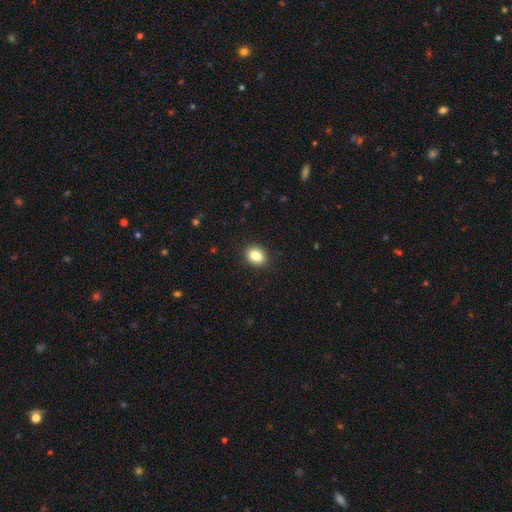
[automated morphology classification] Smooth or featured: smooth — 84% (star or artifact — 10%)
How rounded: in between — 51% (round — 48%)
Merging: none — 91% (minor disturbance — 7%)